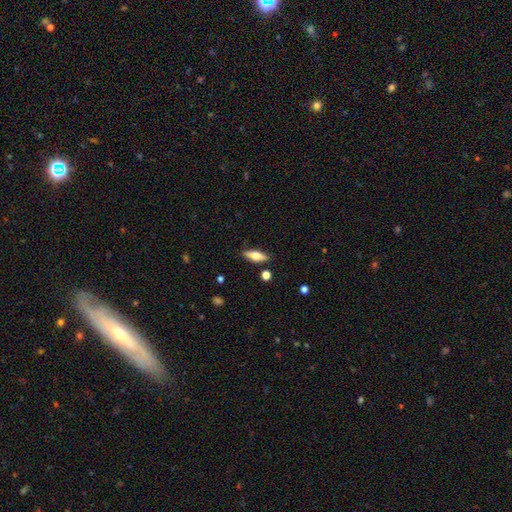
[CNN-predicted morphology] This is possibly a smooth galaxy (59%). How rounded: possibly in between (53%). Merging: clearly none (86%).